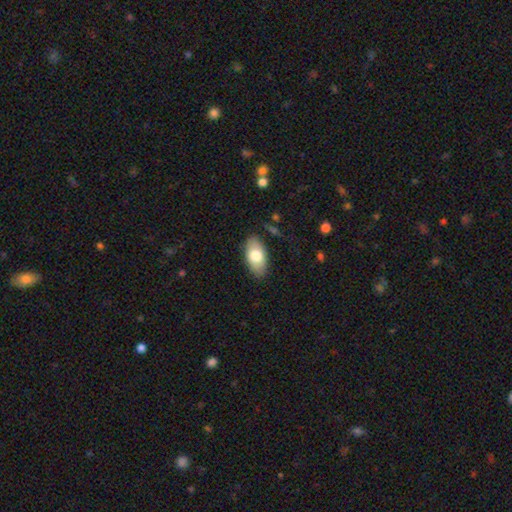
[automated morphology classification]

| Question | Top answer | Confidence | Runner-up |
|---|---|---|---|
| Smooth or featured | smooth | 75% | featured or disk (19%) |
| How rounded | in between | 93% | round (4%) |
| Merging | none | 84% | minor disturbance (12%) |